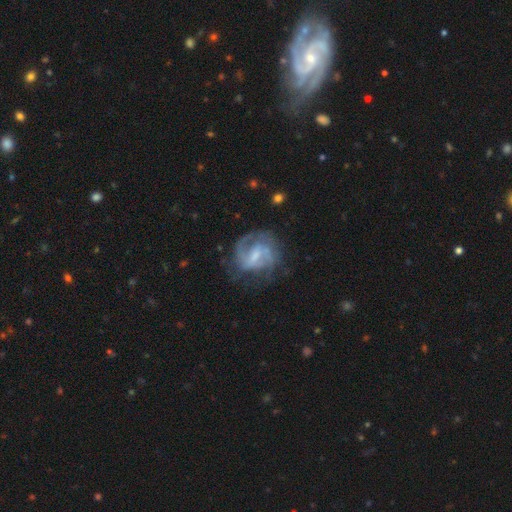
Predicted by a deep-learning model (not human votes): Q: Smooth or featured?
A: featured or disk (81%); runner-up: smooth (13%)
Q: Edge-on disk?
A: no (98%); runner-up: yes (2%)
Q: Bar?
A: weak (56%); runner-up: strong (26%)
Q: Spiral arms?
A: yes (91%); runner-up: no (9%)
Q: Spiral winding?
A: medium (48%); runner-up: tight (34%)
Q: Spiral arm count?
A: 2 (61%); runner-up: can't tell (17%)
Q: Bulge size?
A: small (43%); runner-up: moderate (36%)
Q: Merging?
A: none (60%); runner-up: minor disturbance (22%)